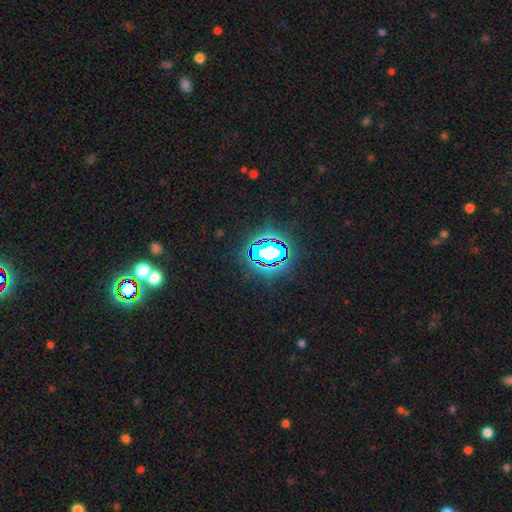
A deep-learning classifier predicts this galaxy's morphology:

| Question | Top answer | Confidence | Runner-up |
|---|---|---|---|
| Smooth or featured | star or artifact | 83% | smooth (10%) |